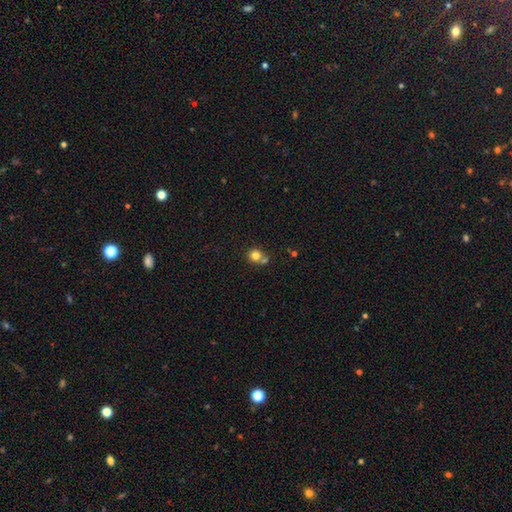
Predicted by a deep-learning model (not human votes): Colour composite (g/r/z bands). It shows a smooth galaxy with no disk features (79%) that is round (85%). Merging: none (54%).